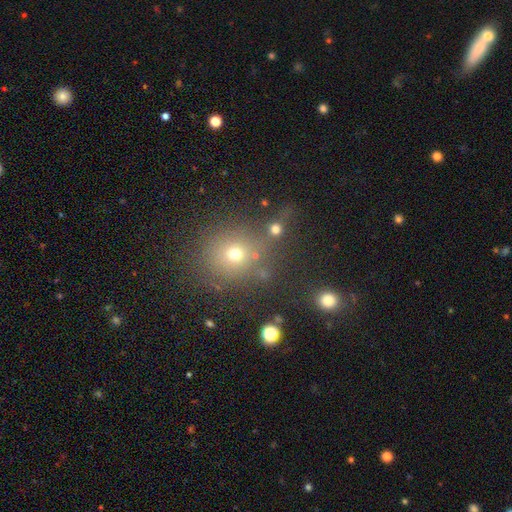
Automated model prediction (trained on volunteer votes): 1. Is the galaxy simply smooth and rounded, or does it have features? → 63% smooth, 25% star or artifact, 11% featured or disk.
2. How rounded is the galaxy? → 86% round, 13% in between, 1% cigar-shaped.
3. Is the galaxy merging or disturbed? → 71% none, 12% merger, 11% minor disturbance, 6% major disturbance.